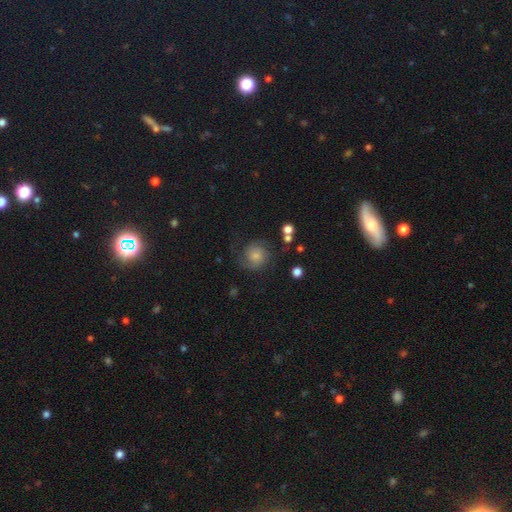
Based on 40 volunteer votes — A smooth galaxy with no disk features (45%, tied with featured or disk) that is round (94%).

Vote fractions:
- Smooth or featured? smooth: 45% (tied) / featured or disk: 45% (tied) / star or artifact: 10%
- How rounded? round: 94% / in between: 6% / cigar-shaped: 0%
- Merging? none: 67% / minor disturbance: 25% / major disturbance: 6% / merger: 3%